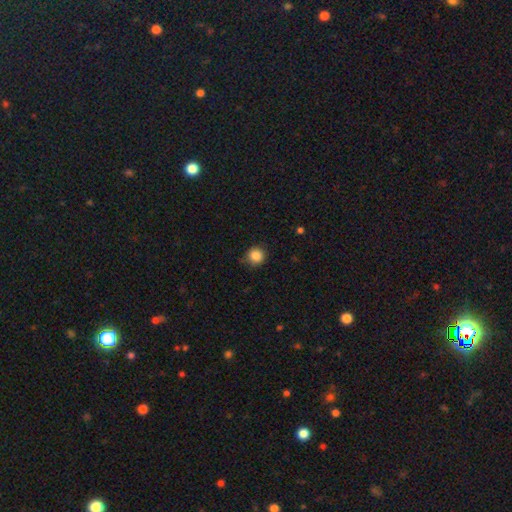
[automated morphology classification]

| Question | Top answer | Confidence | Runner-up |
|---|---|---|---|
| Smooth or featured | smooth | 86% | star or artifact (10%) |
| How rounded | round | 92% | in between (7%) |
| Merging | none | 81% | minor disturbance (15%) |